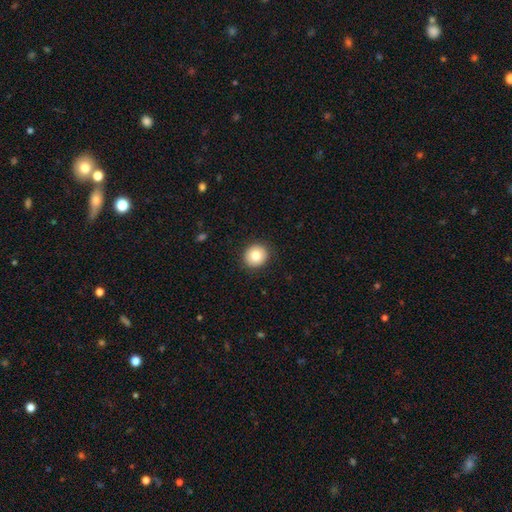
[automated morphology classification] This is clearly a smooth galaxy (82%). How rounded: clearly round (89%). Merging: clearly none (91%).